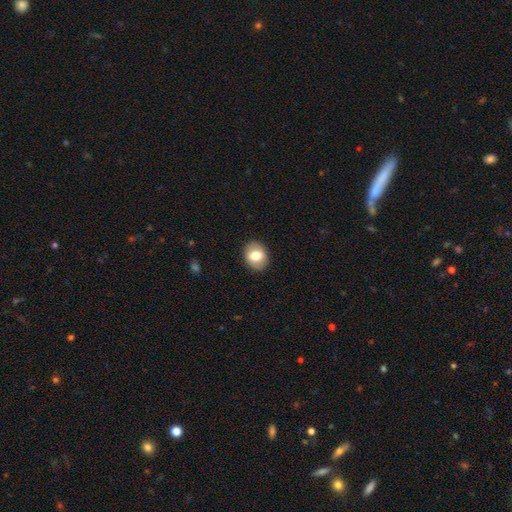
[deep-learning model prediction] This appears to be a smooth galaxy with no disk features (75%) that is in between round and cigar-shaped (52%). Merging: none (90%).